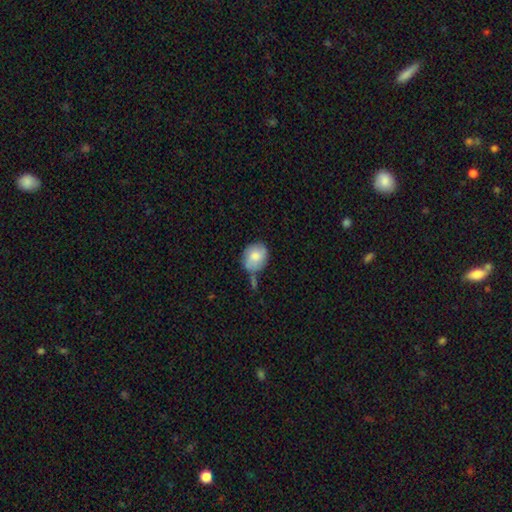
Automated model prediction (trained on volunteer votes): Smooth or featured? Predicted: smooth (p=0.77). How rounded? Predicted: round (p=0.58). Merging? Predicted: none (p=0.52).